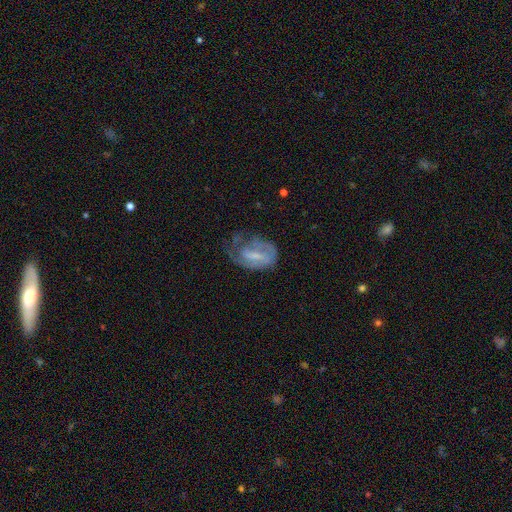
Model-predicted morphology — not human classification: smooth-or-featured: featured or disk: 62% | smooth: 30% | star or artifact: 8%
  disk-edge-on: no: 95% | yes: 5%
    bar: weak: 47% | strong: 27% | no: 26%
    has-spiral-arms: yes: 67% | no: 33%
    bulge-size: small: 44% | moderate: 26% | none: 25% | large: 3% | dominant: 1%
  merging: major disturbance: 37% | none: 31% | minor disturbance: 29% | merger: 3%